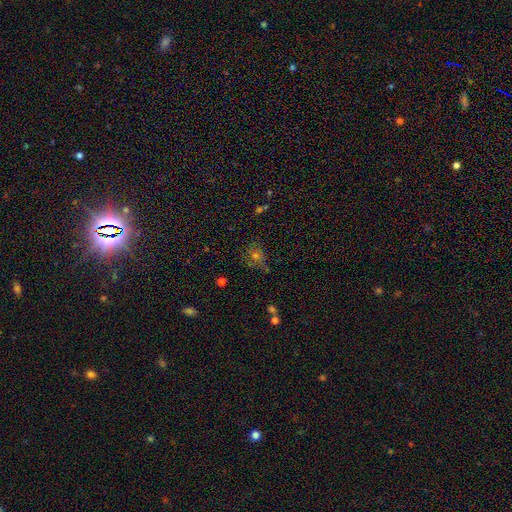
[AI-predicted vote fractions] Smooth or featured? smooth (43%)
Merging? none (62%)